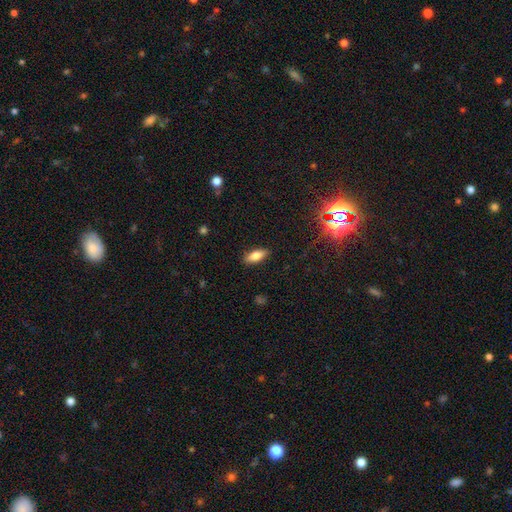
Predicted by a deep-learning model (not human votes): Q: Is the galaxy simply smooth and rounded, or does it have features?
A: smooth — 76%.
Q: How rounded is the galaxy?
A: in between — 71%.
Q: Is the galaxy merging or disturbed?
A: none — 88%.